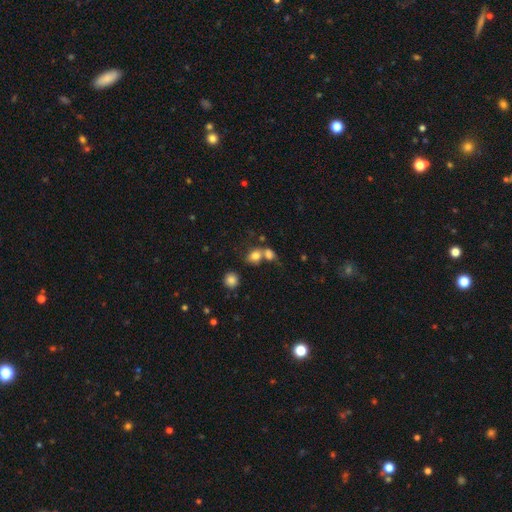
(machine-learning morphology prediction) type=smooth (77%); roundness=in between (54%); merging=merger (55%).